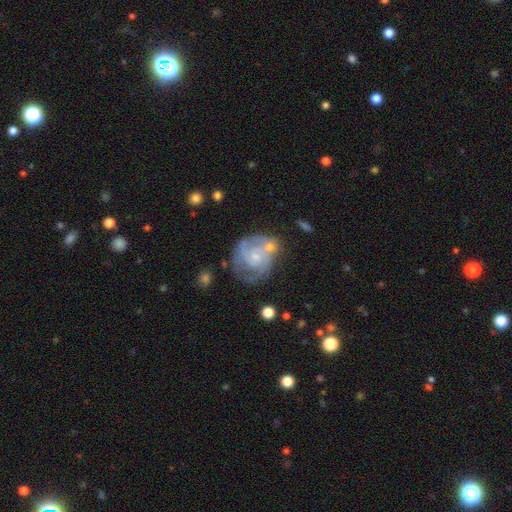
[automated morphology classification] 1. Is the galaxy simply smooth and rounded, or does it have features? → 77% featured or disk, 17% smooth, 6% star or artifact.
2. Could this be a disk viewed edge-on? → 98% no, 2% yes.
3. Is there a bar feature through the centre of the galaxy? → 70% no, 26% weak, 4% strong.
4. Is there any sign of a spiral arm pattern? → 89% yes, 11% no.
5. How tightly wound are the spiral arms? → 50% tight, 38% medium, 11% loose.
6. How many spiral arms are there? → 39% 2, 27% can't tell, 21% 3, 6% 1, 4% 4, 3% more than 4.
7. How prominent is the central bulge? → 62% small, 27% moderate, 7% none, 2% large, 1% dominant.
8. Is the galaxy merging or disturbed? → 50% none, 21% minor disturbance, 16% merger, 13% major disturbance.